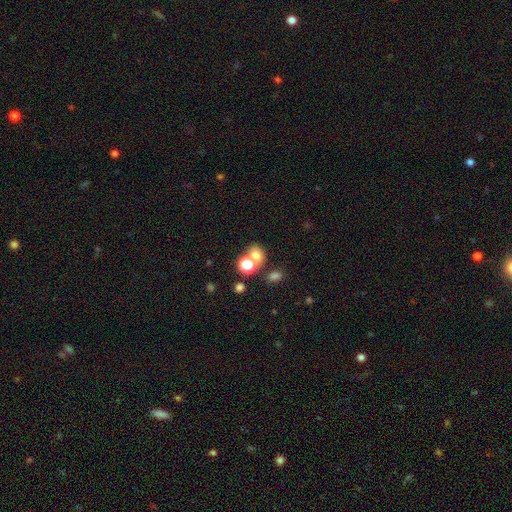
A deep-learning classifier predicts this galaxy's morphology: type=smooth (70%); roundness=round (58%); merging=none (47%).